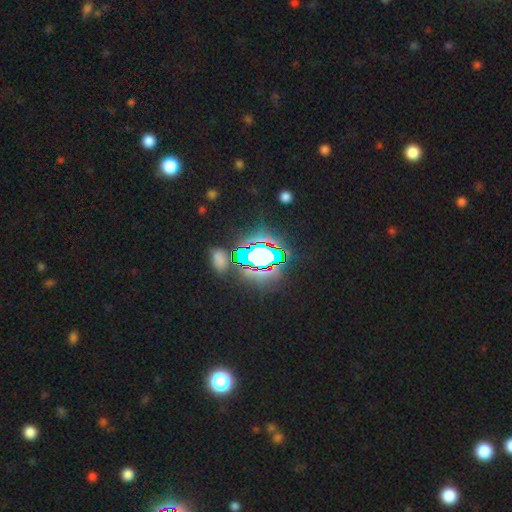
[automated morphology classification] Smooth or featured? Predicted: star or artifact (p=0.81).